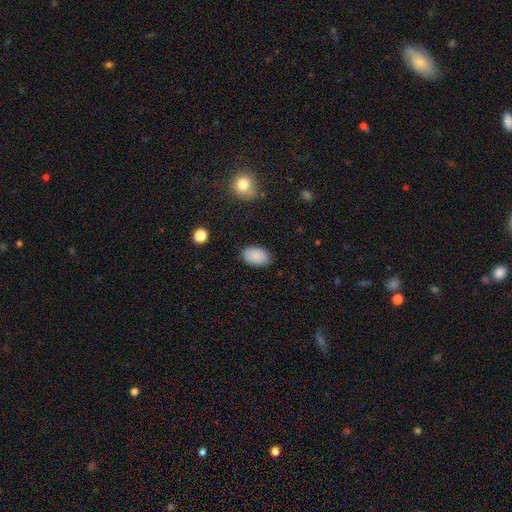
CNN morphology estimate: smooth-or-featured: smooth: 88% | star or artifact: 7% | featured or disk: 5%
  how-rounded: in between: 92% | round: 7% | cigar-shaped: 1%
  merging: none: 85% | minor disturbance: 11% | major disturbance: 3% | merger: 1%